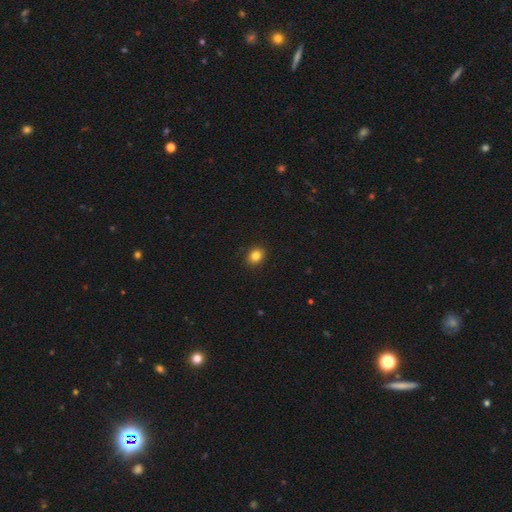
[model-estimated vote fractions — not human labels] Smooth or featured? Predicted: smooth (p=0.84). How rounded? Predicted: round (p=0.56). Merging? Predicted: none (p=0.90).